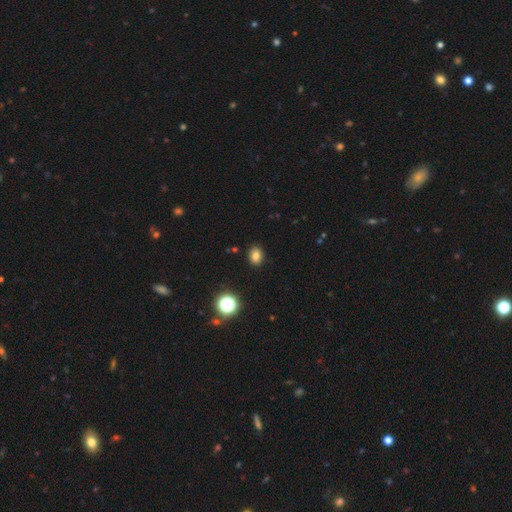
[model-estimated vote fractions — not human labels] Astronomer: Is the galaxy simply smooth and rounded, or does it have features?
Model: smooth — 80%.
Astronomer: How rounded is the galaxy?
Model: in between — 67%.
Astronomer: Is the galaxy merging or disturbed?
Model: none — 89%.